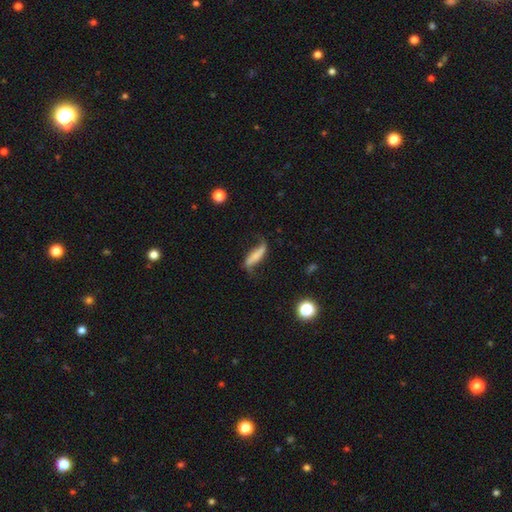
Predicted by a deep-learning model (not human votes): smooth-or-featured: featured or disk: 59% | smooth: 32% | star or artifact: 9%
  disk-edge-on: no: 76% | yes: 24%
  merging: none: 53% | minor disturbance: 25% | major disturbance: 18% | merger: 4%